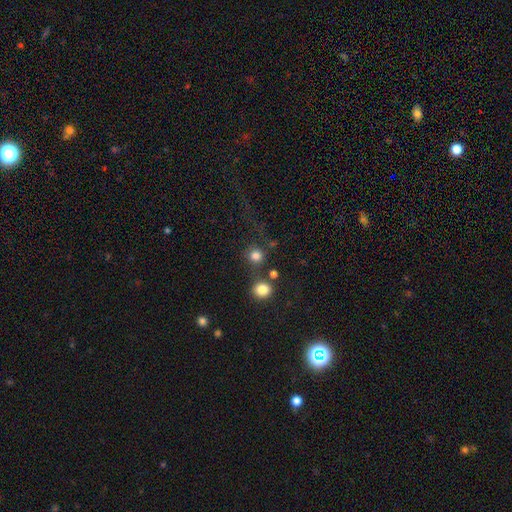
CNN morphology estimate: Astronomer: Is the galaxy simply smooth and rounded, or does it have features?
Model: smooth — 81%.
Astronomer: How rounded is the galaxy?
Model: round — 89%.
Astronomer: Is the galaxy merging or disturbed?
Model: none — 69%.